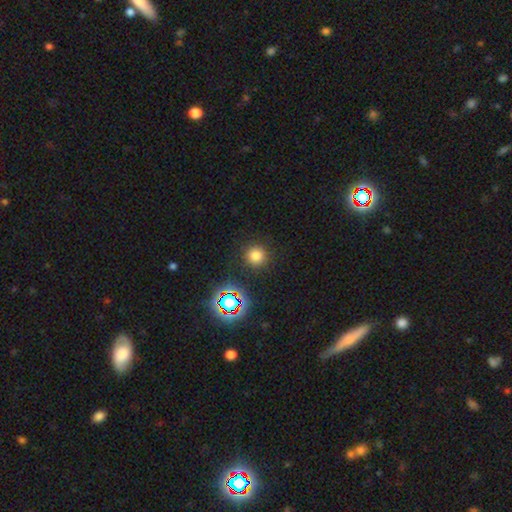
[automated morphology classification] Smooth or featured? Predicted: smooth (p=0.74). How rounded? Predicted: round (p=0.94). Merging? Predicted: none (p=0.89).